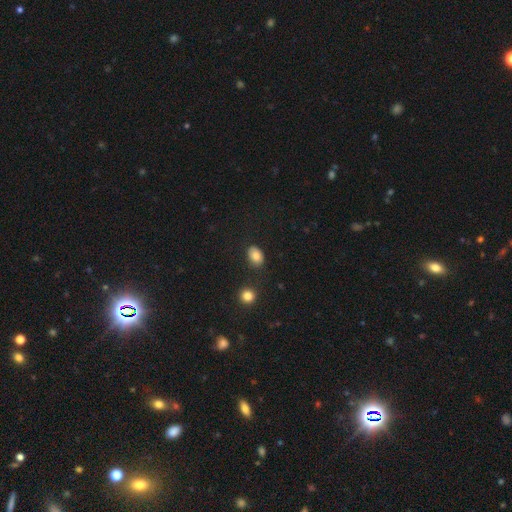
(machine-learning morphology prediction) A smooth galaxy with no disk features (82%) that is in between round and cigar-shaped (79%). Merging: none (80%).